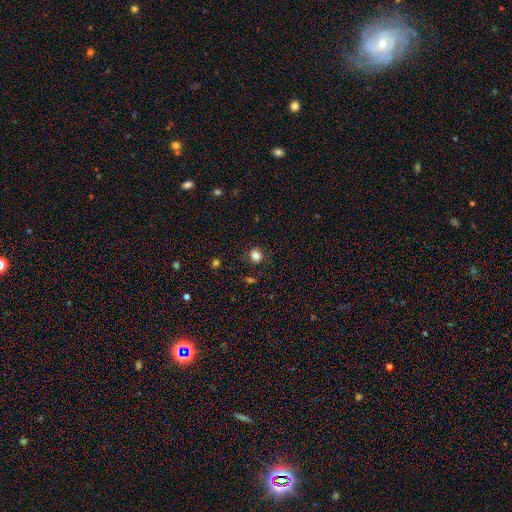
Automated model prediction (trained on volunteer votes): Morphology: type=smooth (82%); roundness=round (83%); merging=none (87%).